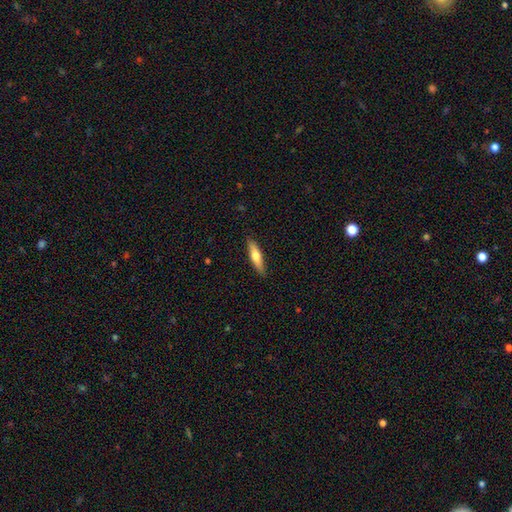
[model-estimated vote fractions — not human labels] Overall: smooth (59%; featured or disk 35%). How rounded: cigar-shaped (76%). Merging: none (88%).